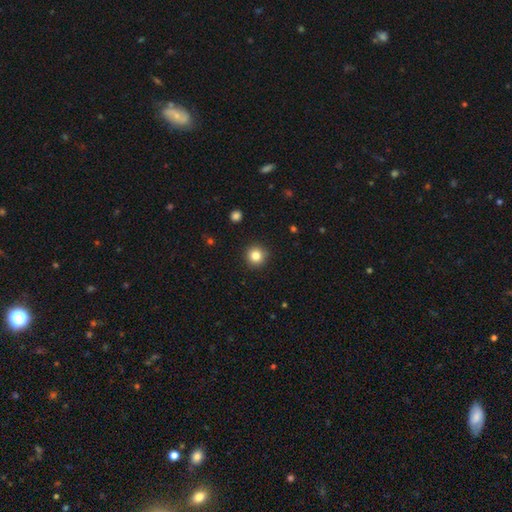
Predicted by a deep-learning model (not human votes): The model was most divided on "smooth or featured": smooth: 83%, star or artifact: 11%, featured or disk: 6%. More confident: how rounded — round (95%); merging — none (92%).